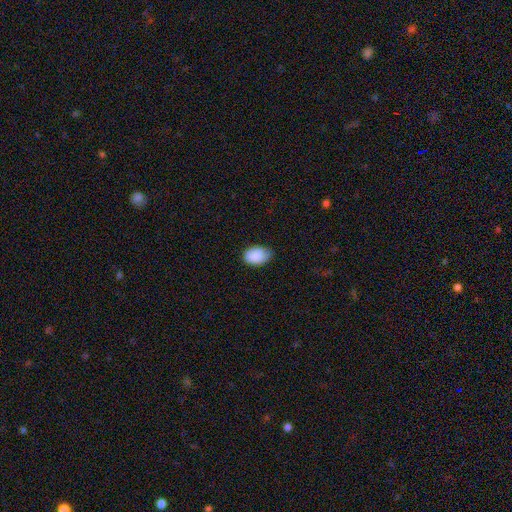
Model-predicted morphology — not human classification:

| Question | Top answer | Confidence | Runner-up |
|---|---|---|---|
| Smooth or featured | smooth | 89% | star or artifact (7%) |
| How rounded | in between | 85% | round (14%) |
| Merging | none | 68% | minor disturbance (27%) |